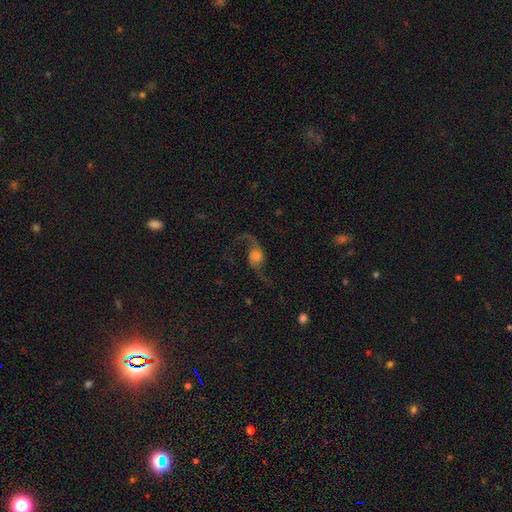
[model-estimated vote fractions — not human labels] smooth_or_featured: featured or disk (p=0.83) [alt: smooth p=0.09]
disk_edge_on: no (p=0.96) [alt: yes p=0.04]
bar: no (p=0.64) [alt: weak p=0.29]
has_spiral_arms: yes (p=0.96) [alt: no p=0.04]
spiral_winding: loose (p=0.87) [alt: medium p=0.11]
spiral_arm_count: 2 (p=0.93) [alt: 1 p=0.03]
bulge_size: moderate (p=0.31) [alt: large p=0.25]
merging: none (p=0.71) [alt: minor disturbance p=0.13]